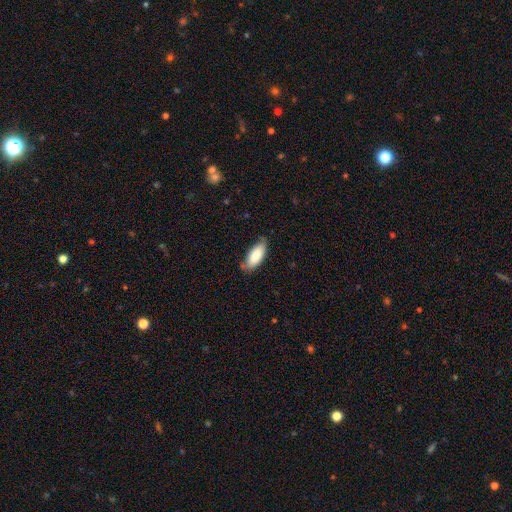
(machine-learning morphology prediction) A smooth galaxy with no disk features (83%) that is in between round and cigar-shaped (80%).

Vote fractions:
- Smooth or featured? smooth: 83% / featured or disk: 12% / star or artifact: 6%
- How rounded? in between: 80% / cigar-shaped: 18% / round: 2%
- Merging? none: 70% / minor disturbance: 25% / major disturbance: 4% / merger: 1%